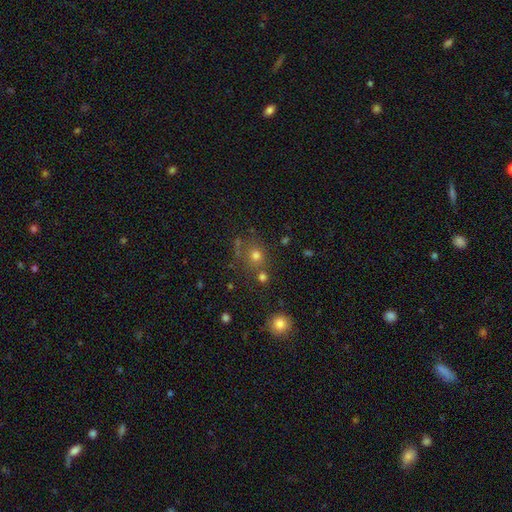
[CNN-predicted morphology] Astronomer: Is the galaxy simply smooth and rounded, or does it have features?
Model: smooth — 70%.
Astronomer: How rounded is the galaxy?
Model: round — 85%.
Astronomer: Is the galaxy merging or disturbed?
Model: none — 69%.